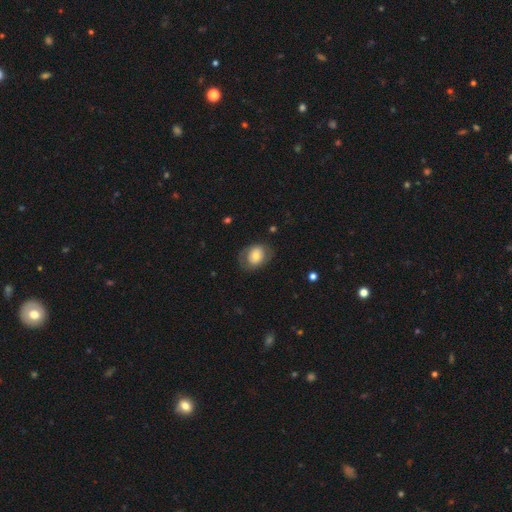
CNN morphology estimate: A smooth galaxy with no disk features (63%) that is in between round and cigar-shaped (58%). Merging: none (70%).